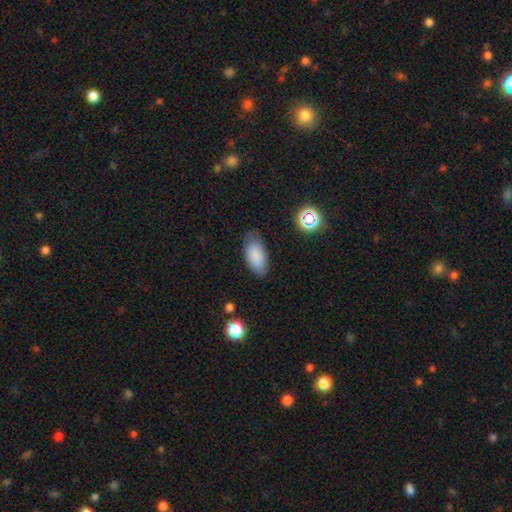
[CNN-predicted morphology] smooth 86%, star or artifact 8%, featured or disk 7%. Down the decision tree: how rounded — in between (93%); merging — none (78%).